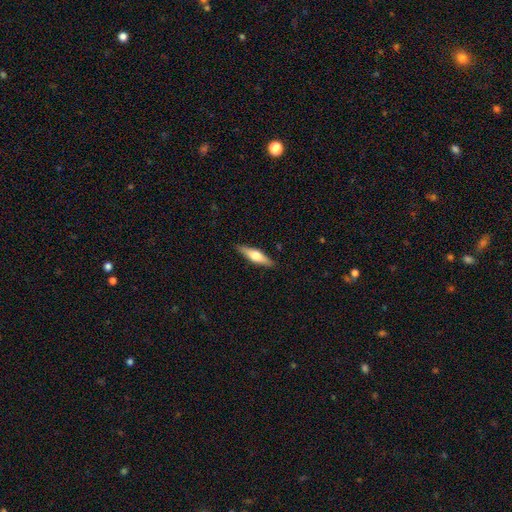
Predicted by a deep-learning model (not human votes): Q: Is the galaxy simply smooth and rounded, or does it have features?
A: featured or disk — 52%.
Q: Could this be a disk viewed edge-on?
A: yes — 94%.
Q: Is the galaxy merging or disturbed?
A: none — 89%.